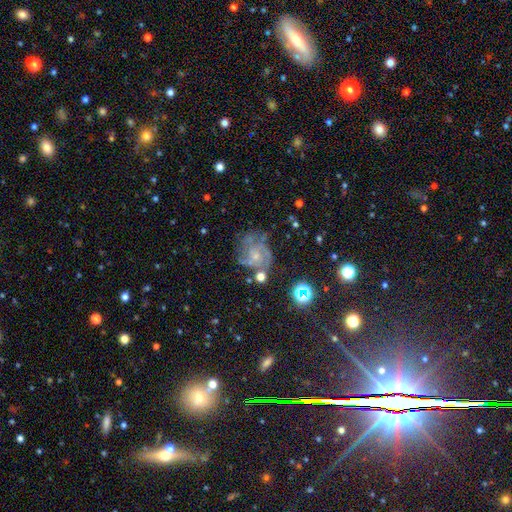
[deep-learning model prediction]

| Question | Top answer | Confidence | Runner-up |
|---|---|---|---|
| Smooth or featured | featured or disk | 73% | smooth (14%) |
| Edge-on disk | no | 98% | yes (2%) |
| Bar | no | 72% | weak (24%) |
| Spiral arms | yes | 88% | no (12%) |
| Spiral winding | tight | 46% | medium (43%) |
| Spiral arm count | can't tell | 29% | 3 (26%) |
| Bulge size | small | 63% | moderate (25%) |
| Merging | none | 53% | minor disturbance (22%) |